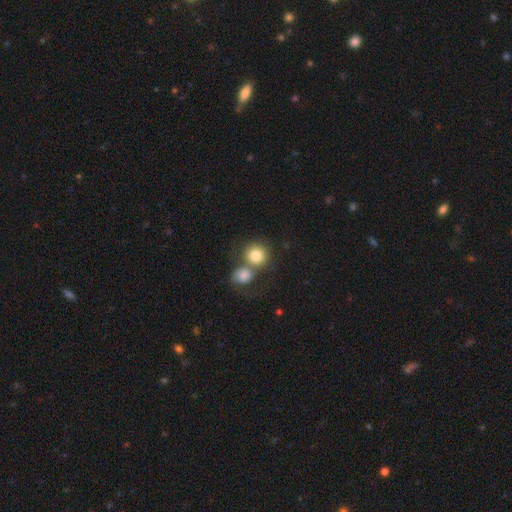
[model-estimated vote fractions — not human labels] Smooth or featured? smooth (81%)
How rounded? round (86%)
Merging? merger (47%)